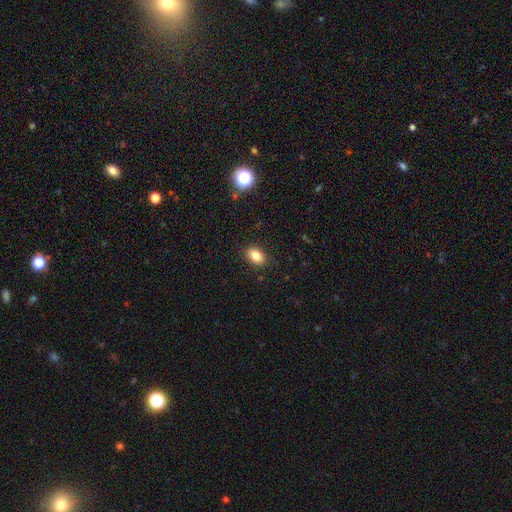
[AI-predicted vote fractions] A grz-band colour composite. It shows a smooth galaxy with no disk features (83%) that is in between round and cigar-shaped (84%). Merging: none (88%).